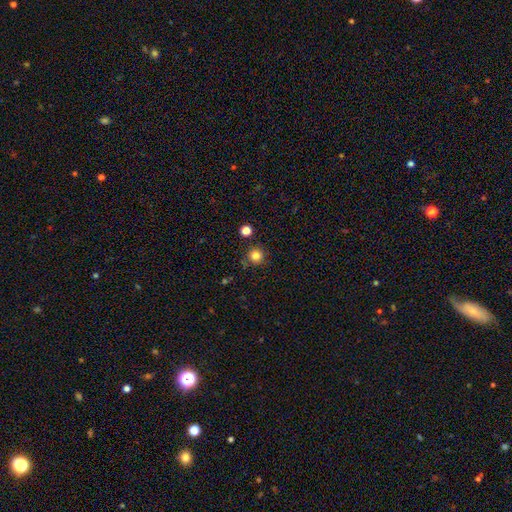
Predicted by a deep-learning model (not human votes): A smooth galaxy with no disk features (82%) that is round (94%). Merging: none (84%).